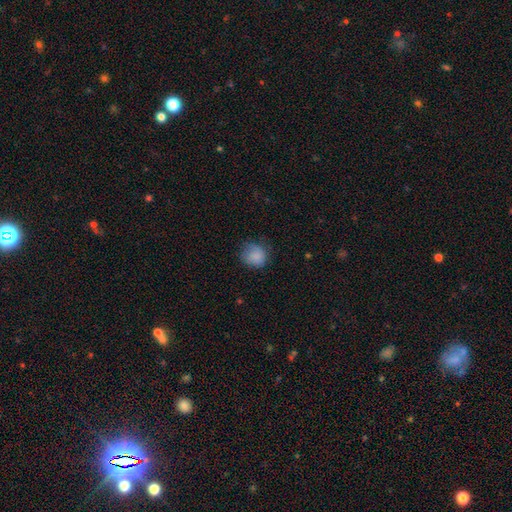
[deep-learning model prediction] smooth 85%, star or artifact 9%, featured or disk 7%. Down the decision tree: how rounded — round (80%); merging — none (65%).